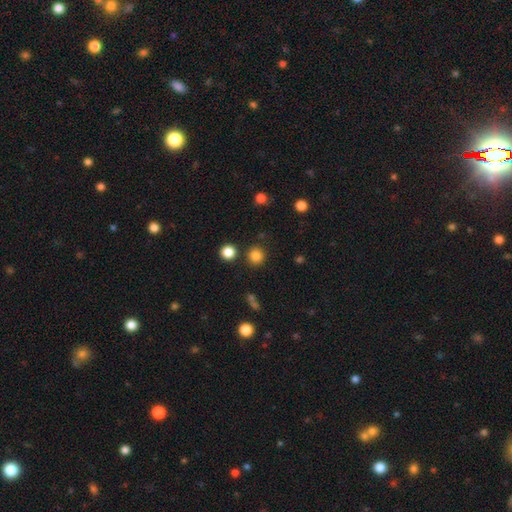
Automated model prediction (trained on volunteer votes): The model was most divided on "smooth or featured": smooth: 83%, star or artifact: 13%, featured or disk: 4%. More confident: how rounded — round (92%); merging — none (88%).